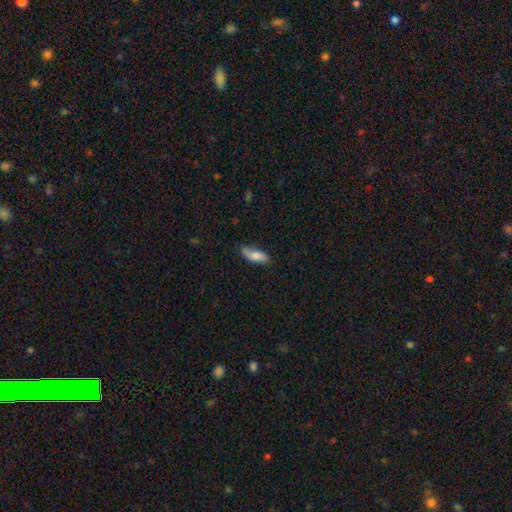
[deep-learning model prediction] Morphology: type=smooth (70%); roundness=in between (72%); merging=none (69%).